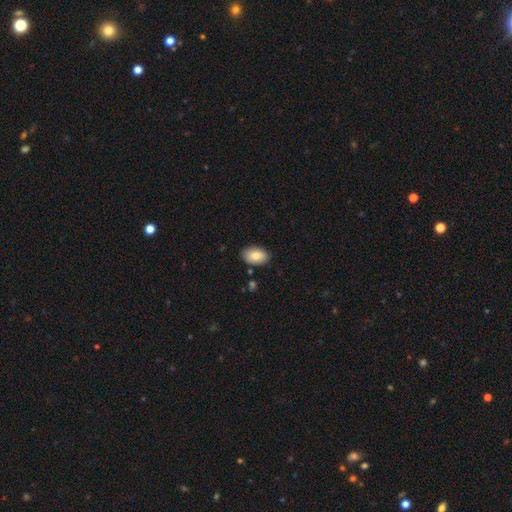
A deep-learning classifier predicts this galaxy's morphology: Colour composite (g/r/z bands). It shows a smooth galaxy with no disk features (82%) that is in between round and cigar-shaped (91%). Merging: none (86%).